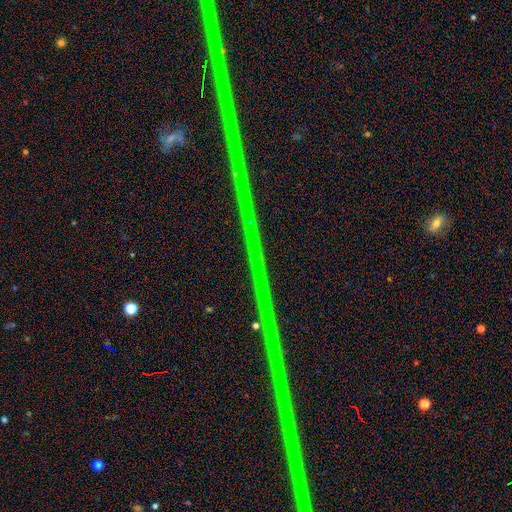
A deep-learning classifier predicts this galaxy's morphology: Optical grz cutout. It shows a star or artifact, not a galaxy (86%).